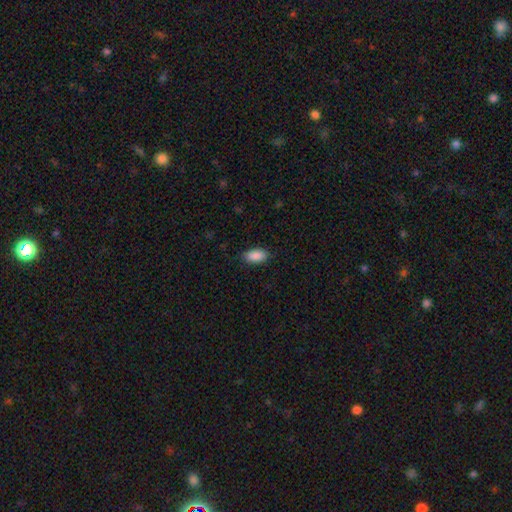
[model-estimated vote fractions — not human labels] Smooth or featured: smooth — 89% (star or artifact — 7%)
How rounded: in between — 93% (cigar-shaped — 4%)
Merging: none — 86% (minor disturbance — 10%)